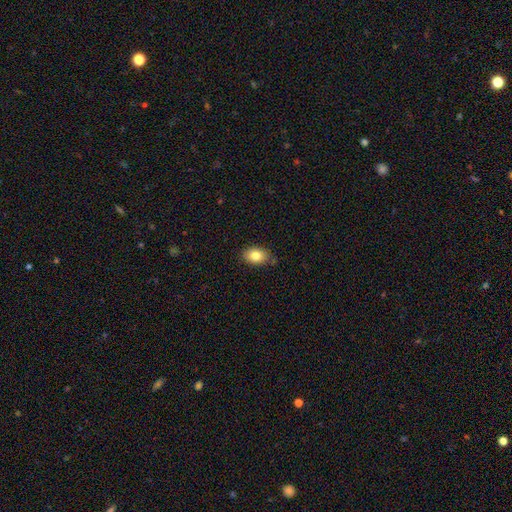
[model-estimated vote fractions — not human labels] A smooth galaxy with no disk features (82%) that is in between round and cigar-shaped (81%). Merging: none (80%).